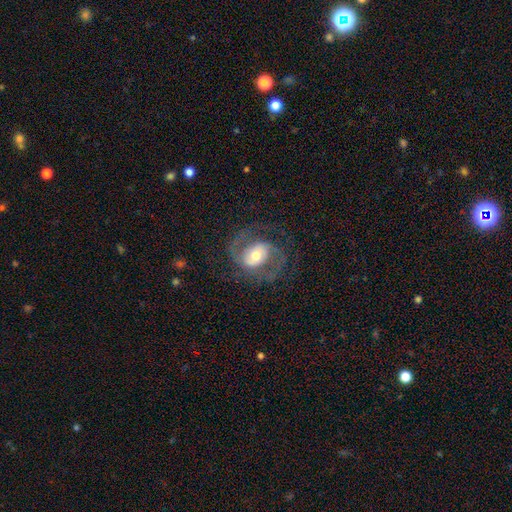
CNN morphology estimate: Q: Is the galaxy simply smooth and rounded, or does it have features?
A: featured or disk — 83%.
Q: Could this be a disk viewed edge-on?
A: no — 97%.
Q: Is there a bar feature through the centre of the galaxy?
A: no — 45%.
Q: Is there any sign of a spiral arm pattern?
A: yes — 94%.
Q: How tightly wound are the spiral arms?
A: medium — 55%.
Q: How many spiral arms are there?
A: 2 — 86%.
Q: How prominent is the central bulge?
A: moderate — 64%.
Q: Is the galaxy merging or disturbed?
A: none — 69%.